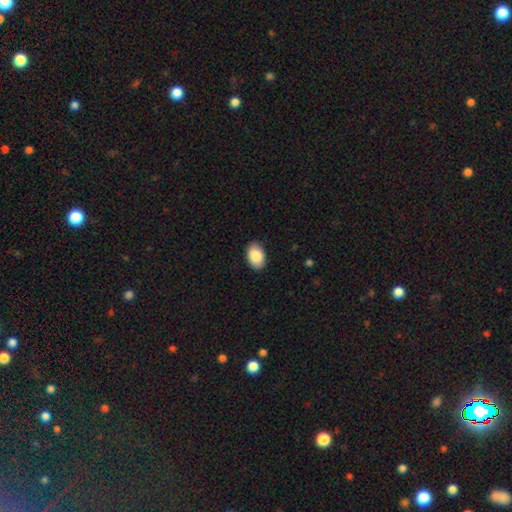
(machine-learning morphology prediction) smooth-or-featured: smooth: 89% | star or artifact: 6% | featured or disk: 5%
  how-rounded: in between: 89% | round: 10% | cigar-shaped: 1%
  merging: none: 88% | minor disturbance: 9% | major disturbance: 2% | merger: 1%